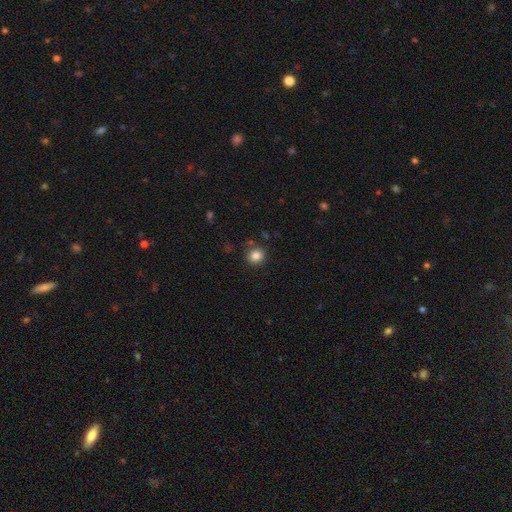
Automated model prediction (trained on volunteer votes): smooth-or-featured: smooth: 84% | star or artifact: 11% | featured or disk: 5%
  how-rounded: round: 85% | in between: 14% | cigar-shaped: 1%
  merging: none: 83% | minor disturbance: 10% | merger: 4% | major disturbance: 3%